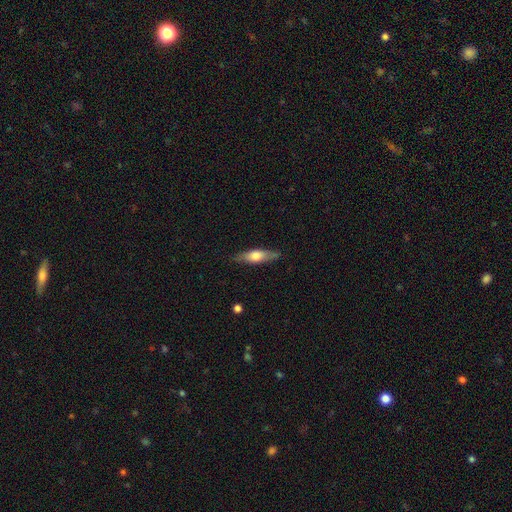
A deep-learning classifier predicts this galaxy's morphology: Smooth or featured?
  - smooth: 50% *
  - featured or disk: 44%
  - star or artifact: 6%
How rounded?
  - cigar-shaped: 63% *
  - in between: 34%
  - round: 3%
Merging?
  - none: 85% *
  - minor disturbance: 11%
  - major disturbance: 2%
  - merger: 1%